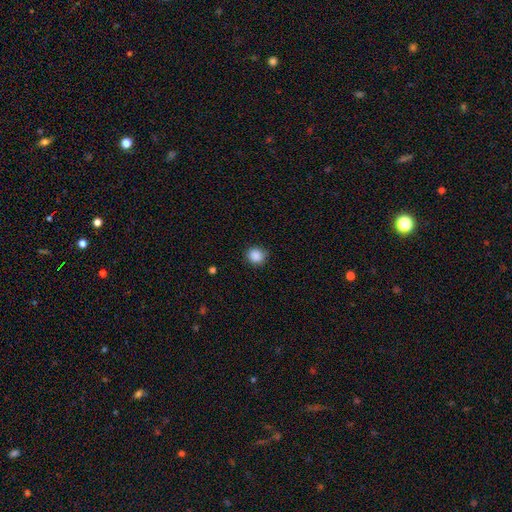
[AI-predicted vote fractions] Smooth or featured: smooth — 88% (star or artifact — 9%)
How rounded: round — 88% (in between — 11%)
Merging: none — 85% (minor disturbance — 12%)